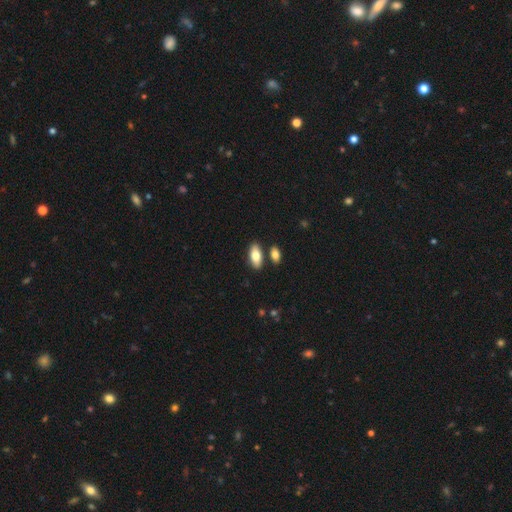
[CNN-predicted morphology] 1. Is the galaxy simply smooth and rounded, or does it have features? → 80% smooth, 14% featured or disk, 6% star or artifact.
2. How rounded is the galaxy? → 90% in between, 7% cigar-shaped, 3% round.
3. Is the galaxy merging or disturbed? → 79% none, 10% merger, 9% minor disturbance, 2% major disturbance.